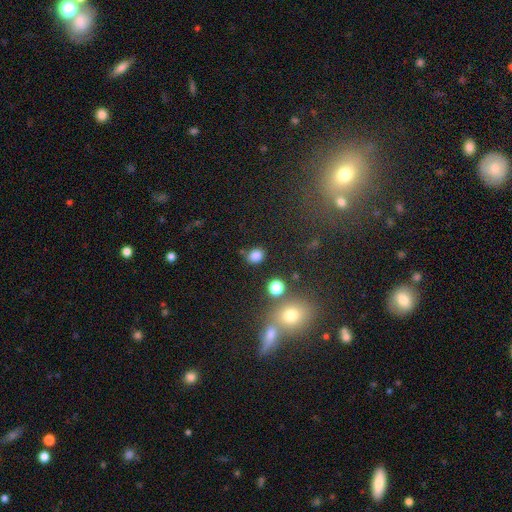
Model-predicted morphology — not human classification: Overall: smooth (82%). How rounded: round (50%; in between 49%). Merging: none (78%).